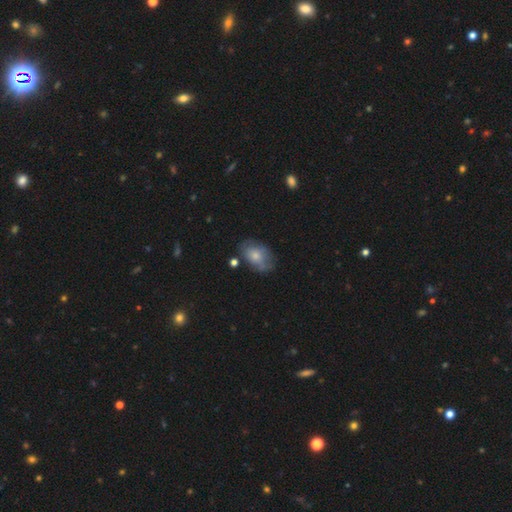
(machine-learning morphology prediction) The model was most divided on "merging": none: 58%, minor disturbance: 28%, major disturbance: 10%, merger: 5%. More confident: how rounded — in between (83%); smooth or featured — smooth (66%).